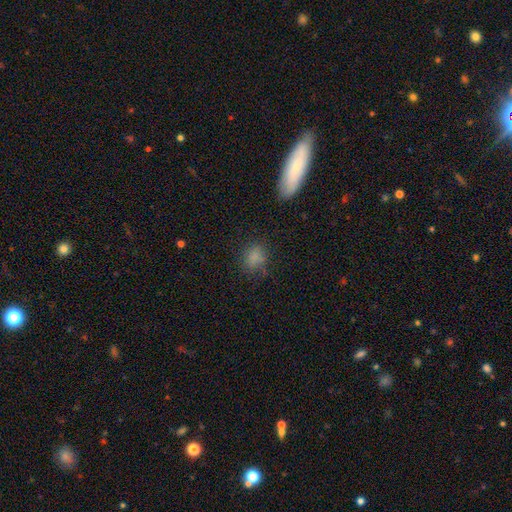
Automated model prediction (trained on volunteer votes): Q: Smooth or featured?
A: smooth (76%); runner-up: star or artifact (15%)
Q: How rounded?
A: round (47%); runner-up: in between (46%)
Q: Merging?
A: none (79%); runner-up: minor disturbance (14%)